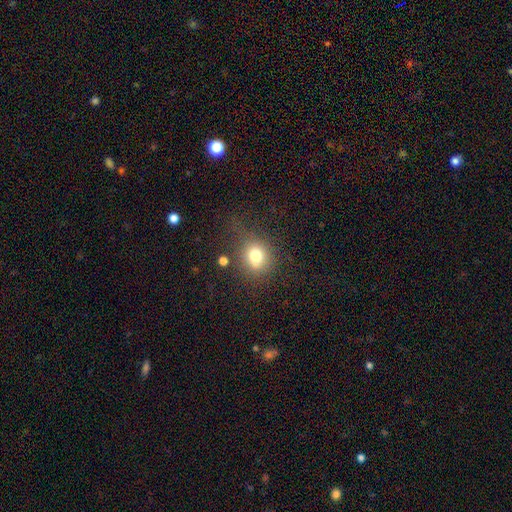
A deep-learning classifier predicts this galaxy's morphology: smooth_or_featured: smooth (p=0.73) [alt: featured or disk p=0.14]
how_rounded: round (p=0.75) [alt: in between p=0.24]
merging: none (p=0.63) [alt: minor disturbance p=0.20]